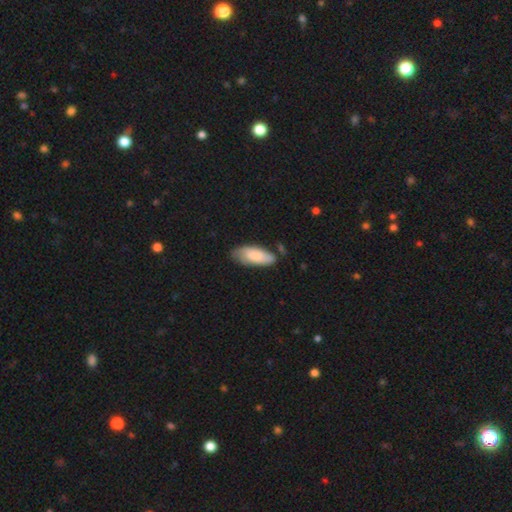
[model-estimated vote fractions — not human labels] smooth-or-featured: smooth: 80% | featured or disk: 14% | star or artifact: 5%
  how-rounded: in between: 79% | cigar-shaped: 20% | round: 2%
  merging: none: 60% | minor disturbance: 29% | major disturbance: 6% | merger: 4%